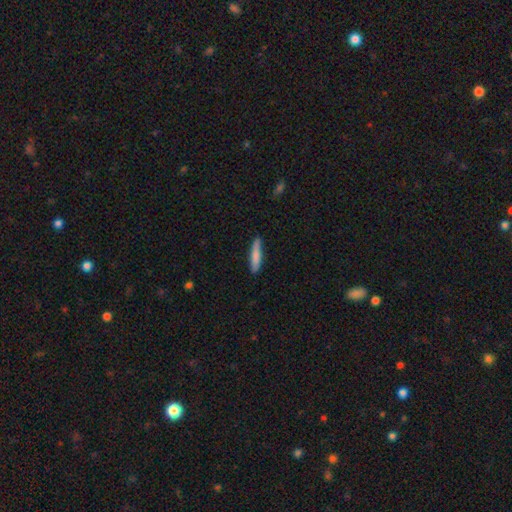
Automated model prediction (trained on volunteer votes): smooth-or-featured: smooth: 79% | featured or disk: 16% | star or artifact: 5%
  how-rounded: cigar-shaped: 87% | in between: 11% | round: 1%
  merging: none: 83% | minor disturbance: 13% | major disturbance: 2% | merger: 1%